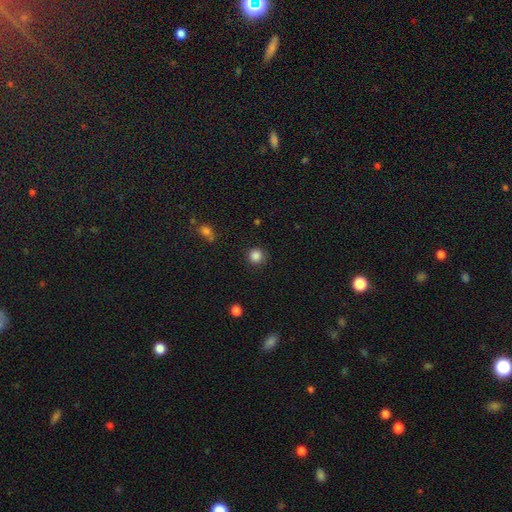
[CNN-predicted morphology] Q: Smooth or featured?
A: smooth (86%); runner-up: star or artifact (11%)
Q: How rounded?
A: round (93%); runner-up: in between (6%)
Q: Merging?
A: none (88%); runner-up: minor disturbance (8%)